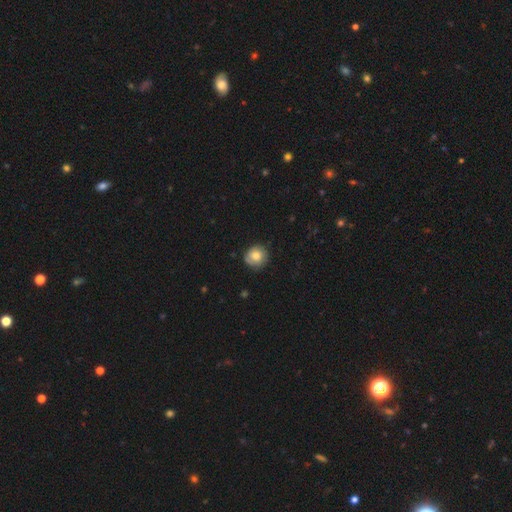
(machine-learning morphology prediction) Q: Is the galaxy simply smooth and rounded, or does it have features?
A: smooth — 78%.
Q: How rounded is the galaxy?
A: round — 91%.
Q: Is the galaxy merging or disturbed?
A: none — 80%.